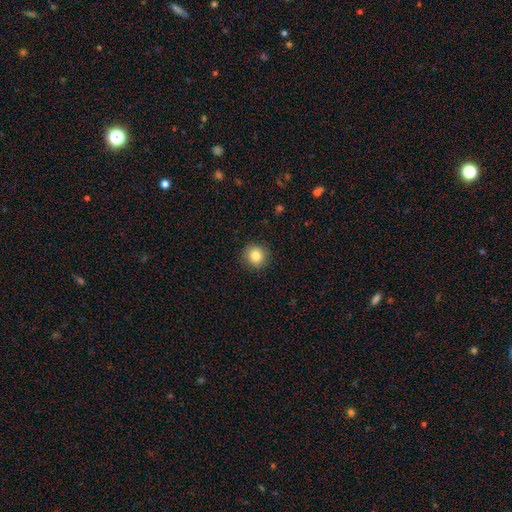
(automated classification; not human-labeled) This is clearly a smooth galaxy (84%). How rounded: clearly round (92%). Merging: clearly none (90%).